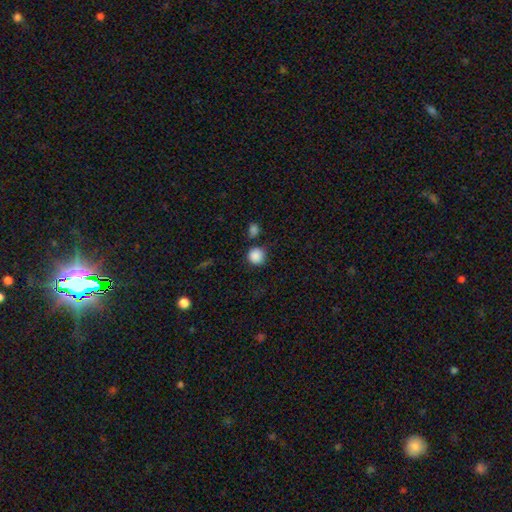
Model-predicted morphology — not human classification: Q: Smooth or featured?
A: smooth (87%); runner-up: star or artifact (10%)
Q: How rounded?
A: round (93%); runner-up: in between (6%)
Q: Merging?
A: none (76%); runner-up: minor disturbance (12%)